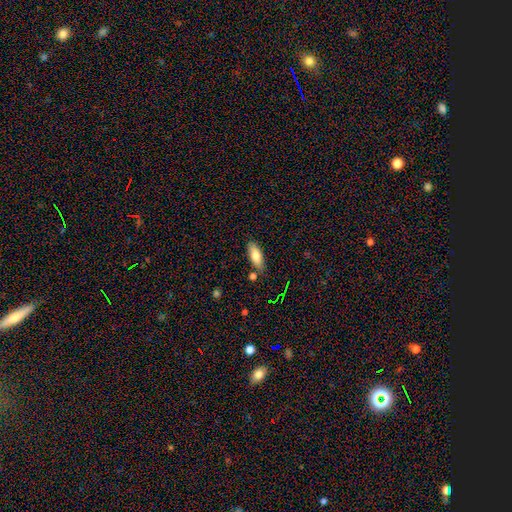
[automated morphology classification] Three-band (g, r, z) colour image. It shows a smooth galaxy with no disk features (78%) that is in between round and cigar-shaped (72%). Merging: none (80%).